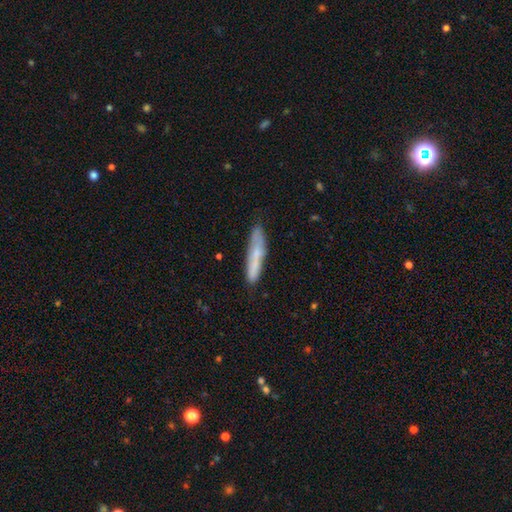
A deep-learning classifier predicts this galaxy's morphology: This is possibly a smooth galaxy (57%). How rounded: clearly cigar-shaped (90%). Merging: likely none (78%).